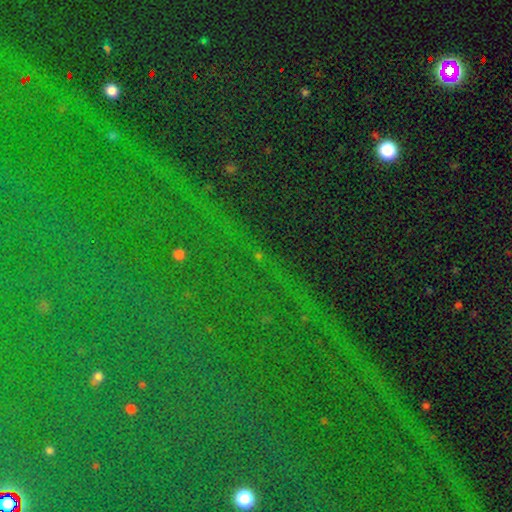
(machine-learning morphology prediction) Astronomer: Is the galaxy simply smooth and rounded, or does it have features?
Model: star or artifact — 86%.